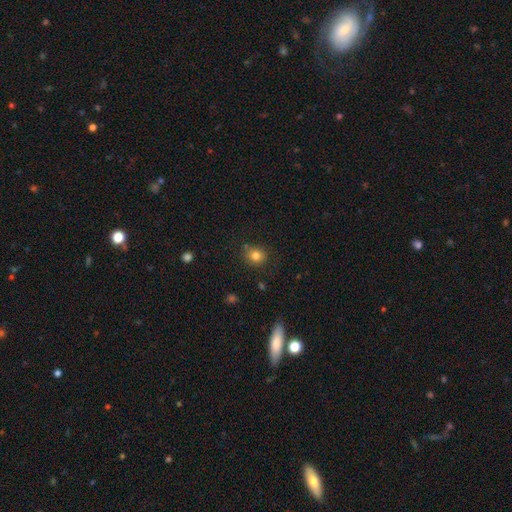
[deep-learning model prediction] Q: Smooth or featured?
A: smooth (80%); runner-up: star or artifact (13%)
Q: How rounded?
A: round (79%); runner-up: in between (20%)
Q: Merging?
A: none (80%); runner-up: minor disturbance (13%)